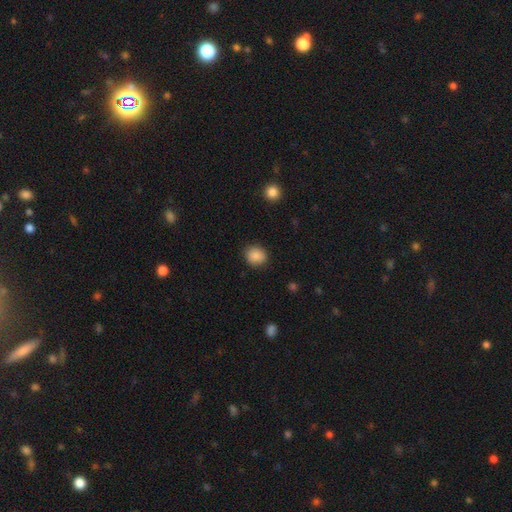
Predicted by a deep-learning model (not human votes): A smooth galaxy with no disk features (88%) that is round (71%).

Vote fractions:
- Smooth or featured? smooth: 88% / star or artifact: 8% / featured or disk: 3%
- How rounded? round: 71% / in between: 28% / cigar-shaped: 1%
- Merging? none: 87% / minor disturbance: 10% / major disturbance: 3% / merger: 1%